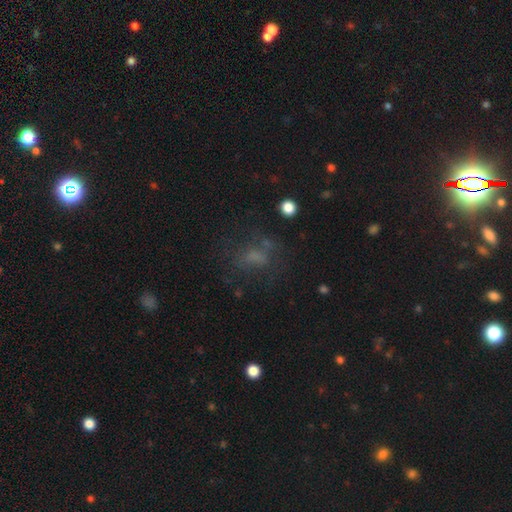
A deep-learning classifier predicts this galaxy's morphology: smooth_or_featured: smooth (p=0.47) [alt: featured or disk p=0.27]
merging: none (p=0.57) [alt: major disturbance p=0.21]